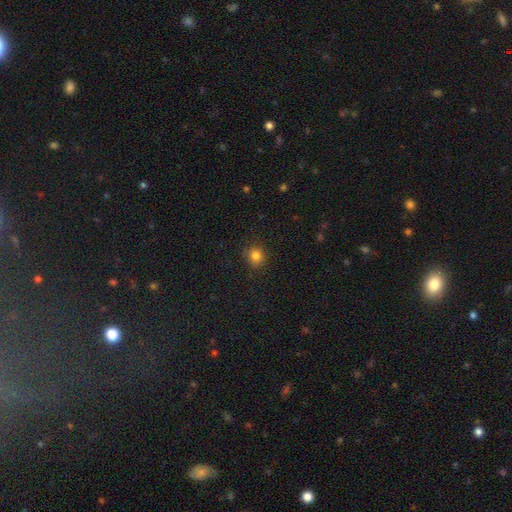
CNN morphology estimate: Smooth or featured? Predicted: smooth (p=0.83). How rounded? Predicted: round (p=0.78). Merging? Predicted: none (p=0.86).